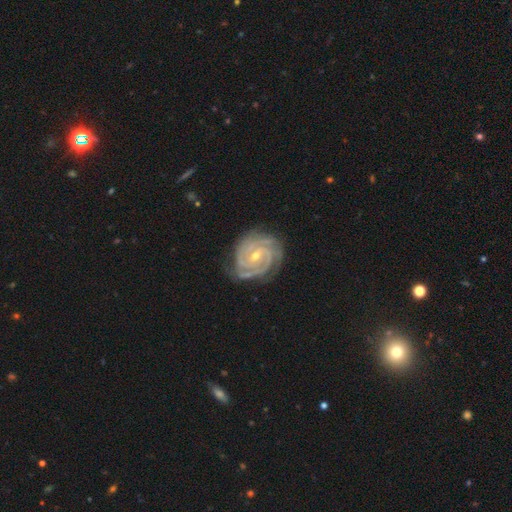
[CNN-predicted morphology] featured or disk 92%, star or artifact 5%, smooth 3%. Down the decision tree: edge-on disk — no (98%); bar — no (43%); spiral arms — yes (99%); spiral arm count — 3 (39%); spiral winding — tight (81%); bulge size — small (57%); merging — none (78%).